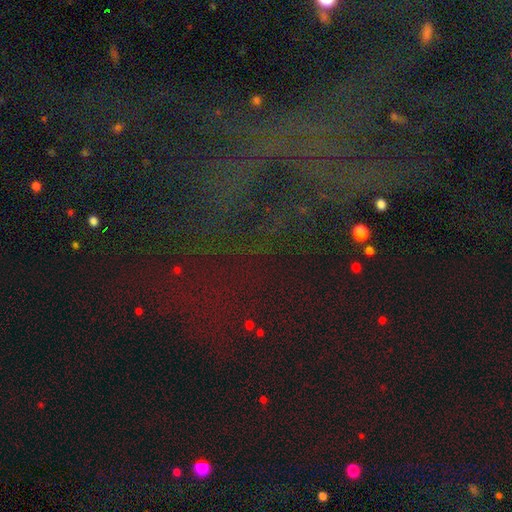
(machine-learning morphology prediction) Smooth or featured?
  - star or artifact: 77% *
  - featured or disk: 12%
  - smooth: 11%